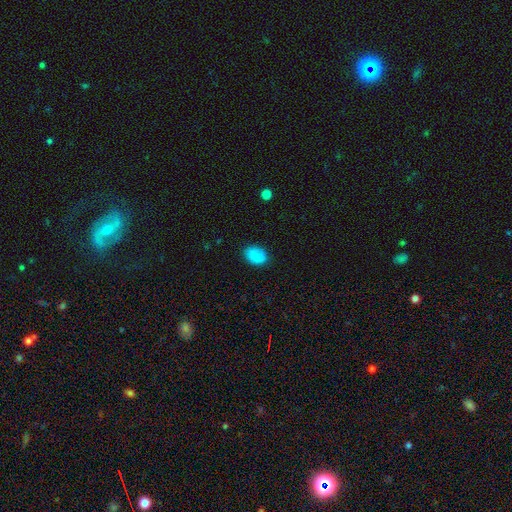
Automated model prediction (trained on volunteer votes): This appears to be a smooth galaxy with no disk features (87%) that is in between round and cigar-shaped (77%). Merging: none (84%).